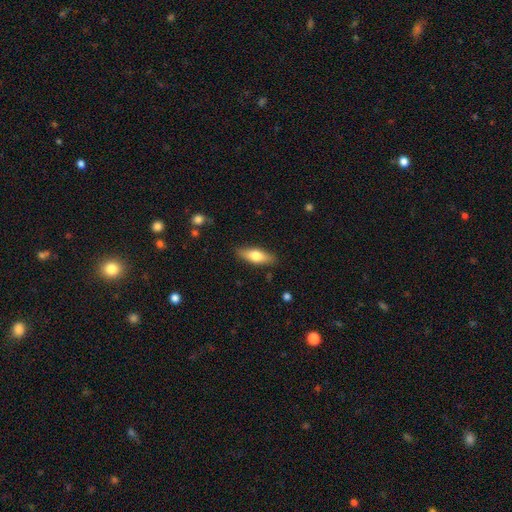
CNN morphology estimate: The model was most divided on "how rounded": in between: 58%, cigar-shaped: 39%, round: 3%. More confident: merging — none (86%); smooth or featured — smooth (66%).